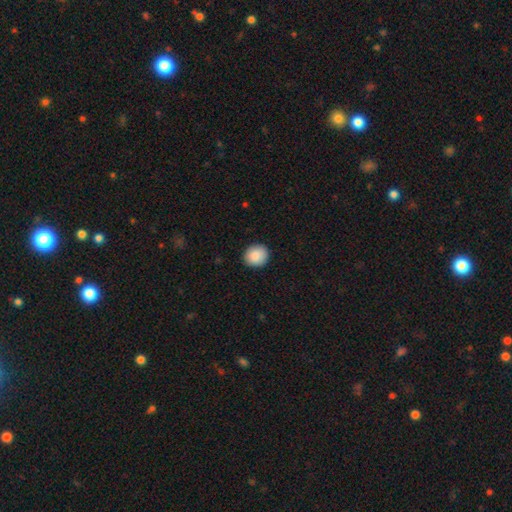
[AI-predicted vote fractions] Morphology: type=smooth (89%); roundness=round (86%); merging=none (90%).